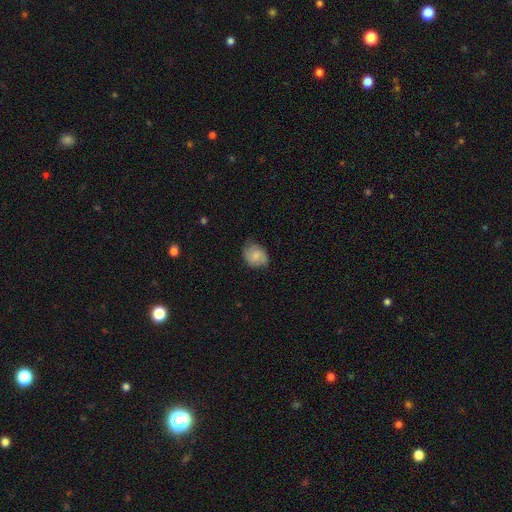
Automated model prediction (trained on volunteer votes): A smooth galaxy with no disk features (69%) that is in between round and cigar-shaped (52%).

Vote fractions:
- Smooth or featured? smooth: 69% / featured or disk: 24% / star or artifact: 7%
- How rounded? in between: 52% / round: 47% / cigar-shaped: 1%
- Merging? none: 65% / minor disturbance: 28% / major disturbance: 6% / merger: 1%